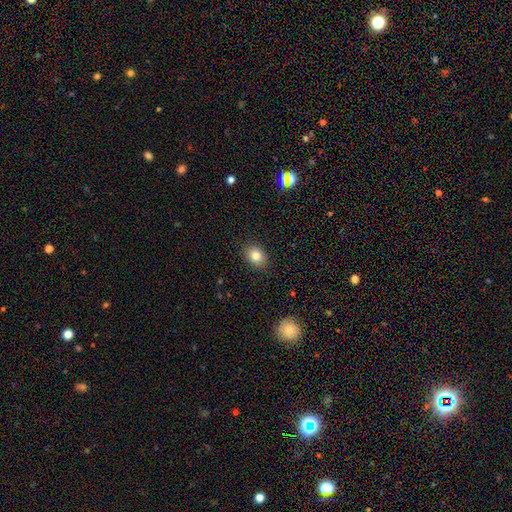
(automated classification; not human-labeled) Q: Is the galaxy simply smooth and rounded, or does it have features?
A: smooth — 82%.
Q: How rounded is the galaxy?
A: in between — 59%.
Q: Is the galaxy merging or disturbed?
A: none — 88%.